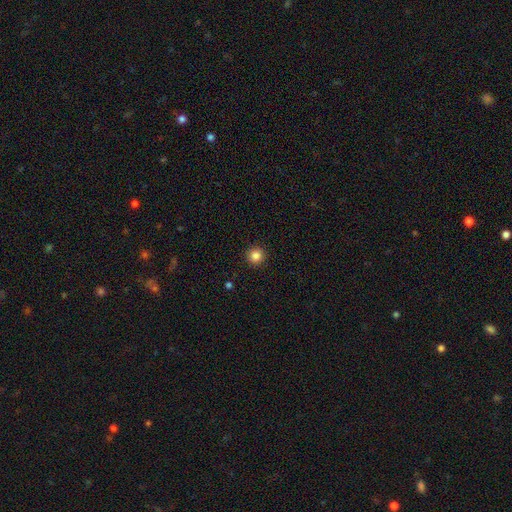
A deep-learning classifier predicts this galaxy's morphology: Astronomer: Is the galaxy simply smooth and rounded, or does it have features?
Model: smooth — 85%.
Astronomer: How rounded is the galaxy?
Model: round — 96%.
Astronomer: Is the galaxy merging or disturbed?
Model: none — 93%.